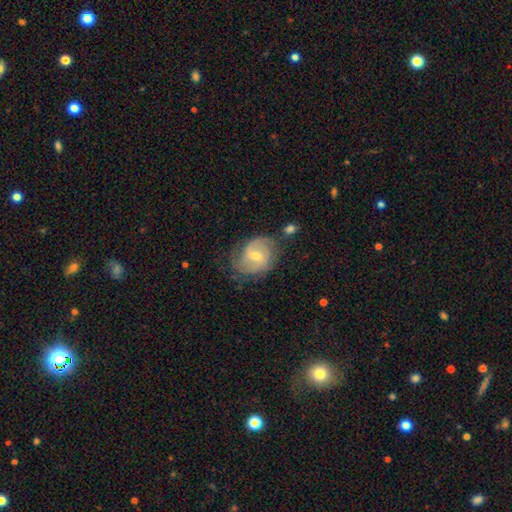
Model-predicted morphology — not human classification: smooth-or-featured: featured or disk: 67% | smooth: 26% | star or artifact: 7%
  disk-edge-on: no: 97% | yes: 3%
    bar: weak: 53% | no: 35% | strong: 12%
    has-spiral-arms: yes: 86% | no: 14%
      spiral-winding: medium: 45% | tight: 29% | loose: 26%
      spiral-arm-count: 2: 69% | can't tell: 18% | 3: 5% | 1: 4% | 4: 2% | more than 4: 2%
    bulge-size: moderate: 49% | small: 47% | large: 2% | none: 1% | dominant: 1%
  merging: none: 63% | minor disturbance: 23% | major disturbance: 10% | merger: 4%